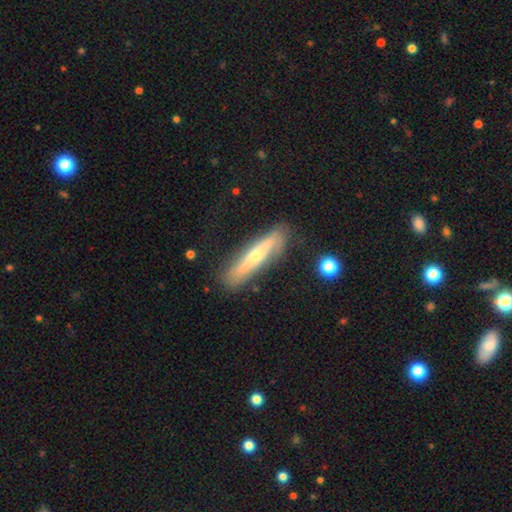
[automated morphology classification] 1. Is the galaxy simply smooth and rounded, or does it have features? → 59% featured or disk, 35% smooth, 6% star or artifact.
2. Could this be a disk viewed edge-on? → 76% yes, 24% no.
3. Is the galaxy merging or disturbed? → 78% none, 15% minor disturbance, 4% major disturbance, 2% merger.